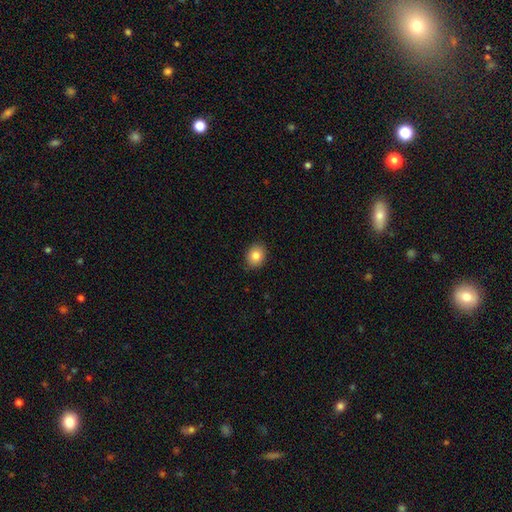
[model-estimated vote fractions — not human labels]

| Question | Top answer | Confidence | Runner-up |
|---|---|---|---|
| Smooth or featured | smooth | 83% | star or artifact (9%) |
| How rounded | round | 57% | in between (42%) |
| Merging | none | 88% | minor disturbance (9%) |